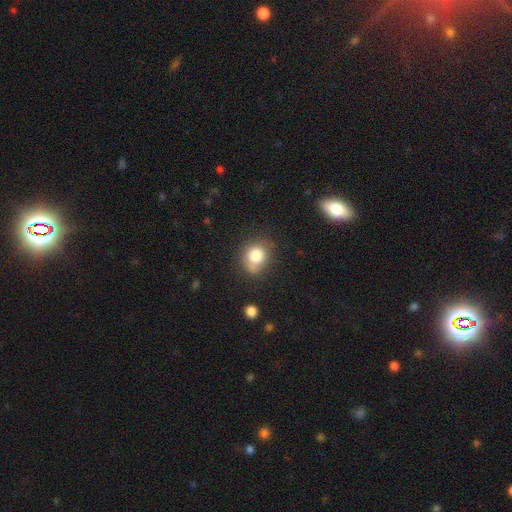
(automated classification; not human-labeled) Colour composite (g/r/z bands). It shows a smooth galaxy with no disk features (80%) that is round (69%). Merging: none (63%).